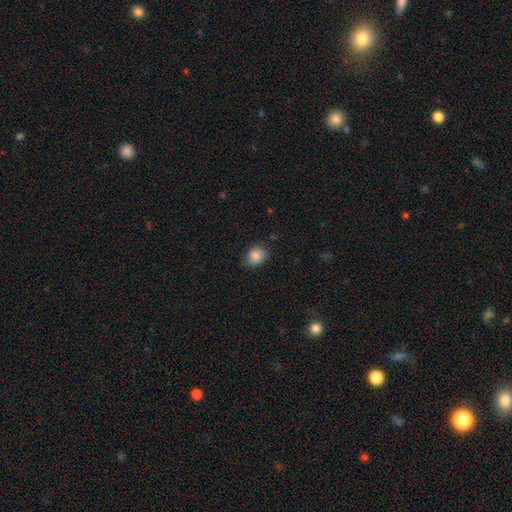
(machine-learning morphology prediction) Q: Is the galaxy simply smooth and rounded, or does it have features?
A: smooth — 86%.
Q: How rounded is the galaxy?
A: round — 57%.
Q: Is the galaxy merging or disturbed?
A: none — 76%.